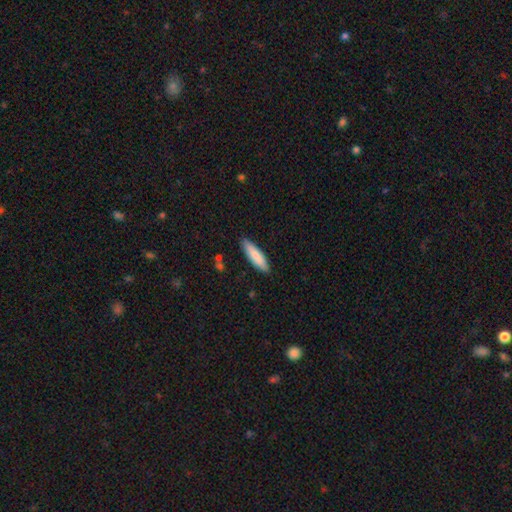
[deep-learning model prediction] Morphology: type=smooth (80%); roundness=cigar-shaped (59%); merging=none (87%).